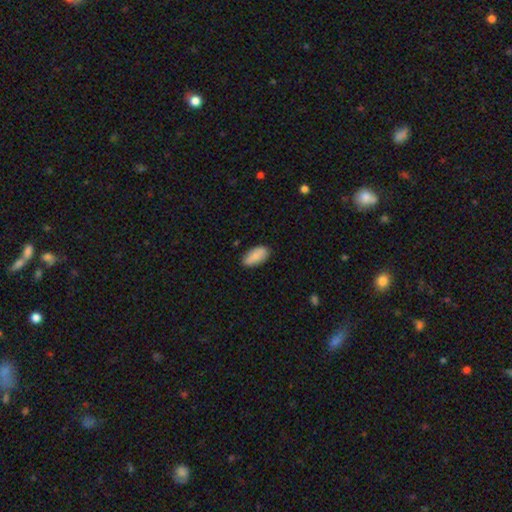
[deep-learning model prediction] Morphology: type=smooth (84%); roundness=in between (92%); merging=none (83%).